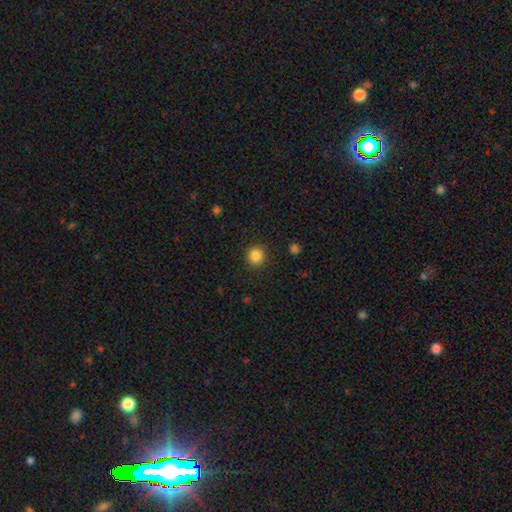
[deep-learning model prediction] smooth_or_featured: smooth (p=0.86) [alt: star or artifact p=0.11]
how_rounded: round (p=0.94) [alt: in between p=0.05]
merging: none (p=0.91) [alt: minor disturbance p=0.05]